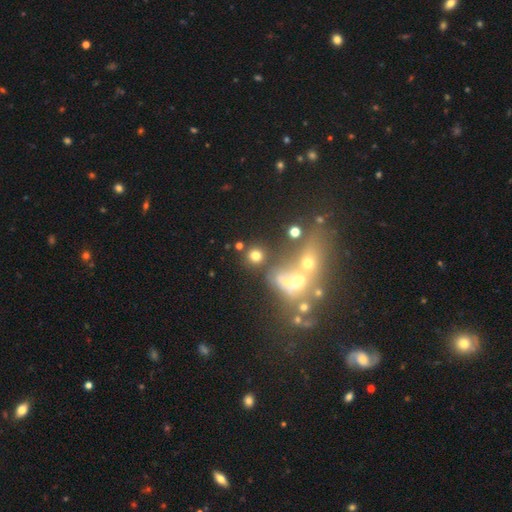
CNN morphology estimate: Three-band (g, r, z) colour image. It shows a smooth galaxy with no disk features (72%) that is round (87%). Merging: none (70%).